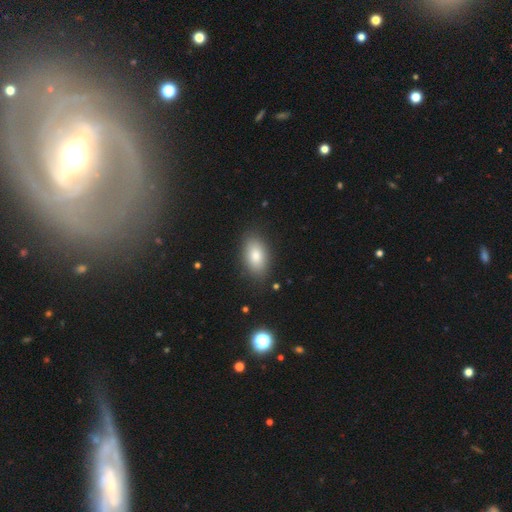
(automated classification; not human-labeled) This appears to be a smooth galaxy with no disk features (82%) that is in between round and cigar-shaped (92%). Merging: none (84%).